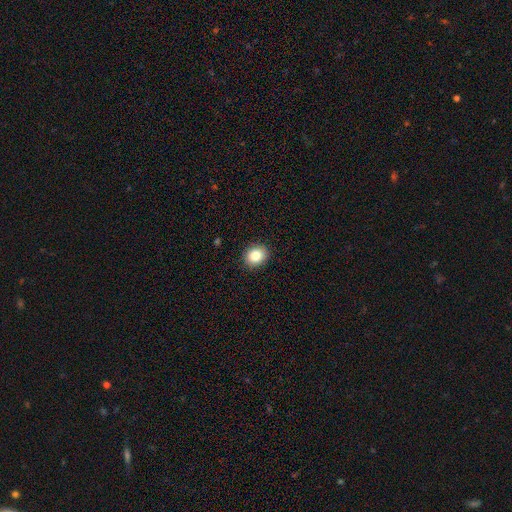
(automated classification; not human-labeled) smooth_or_featured: smooth (p=0.84) [alt: star or artifact p=0.09]
how_rounded: round (p=0.69) [alt: in between p=0.30]
merging: none (p=0.91) [alt: minor disturbance p=0.07]